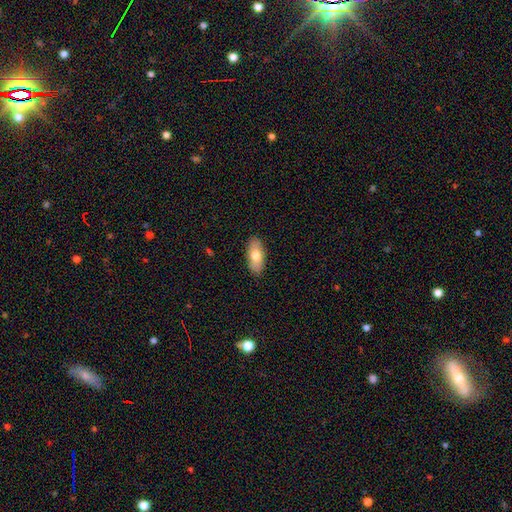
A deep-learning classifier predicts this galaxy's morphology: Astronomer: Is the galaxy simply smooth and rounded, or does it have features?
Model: smooth — 73%.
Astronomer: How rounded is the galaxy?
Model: in between — 88%.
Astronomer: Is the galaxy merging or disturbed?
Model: none — 88%.